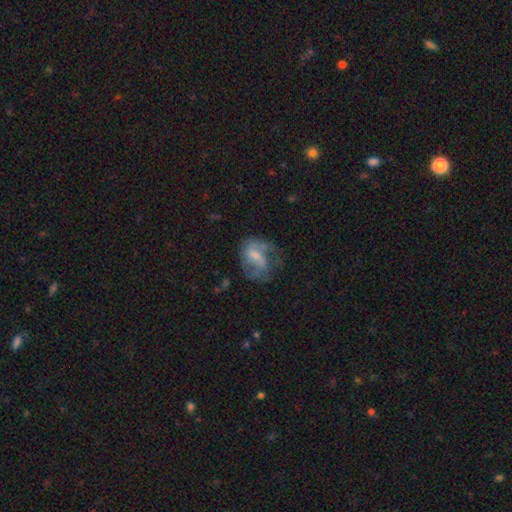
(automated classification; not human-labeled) The model was most divided on "bulge size": small: 36%, moderate: 35%, none: 20%, large: 7%, dominant: 1%. Remaining: edge-on disk — no (97%); spiral arms — yes (73%); smooth or featured — featured or disk (59%); bar — weak (49%); merging — none (43%).